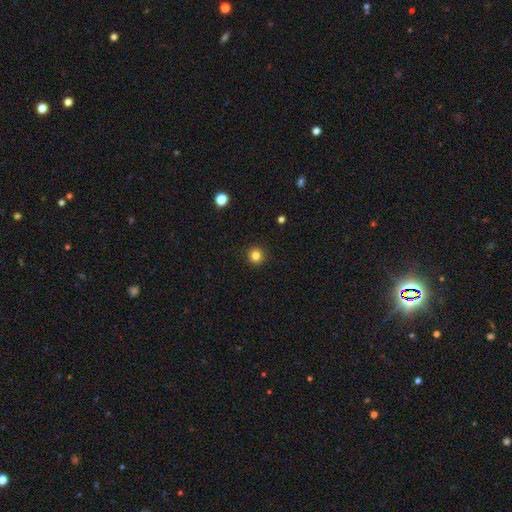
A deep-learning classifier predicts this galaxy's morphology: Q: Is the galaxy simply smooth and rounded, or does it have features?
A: smooth — 82%.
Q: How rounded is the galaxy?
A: round — 94%.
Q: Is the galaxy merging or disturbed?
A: none — 93%.